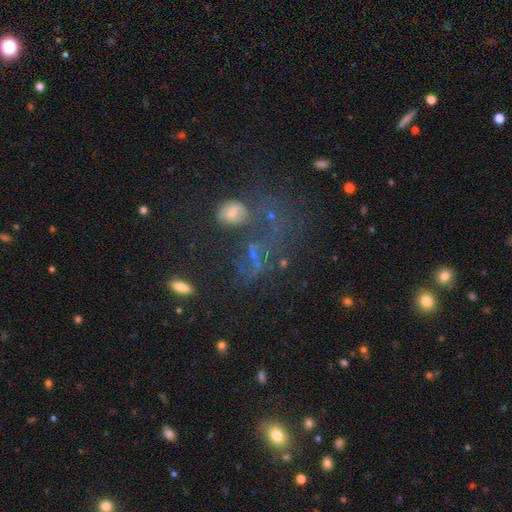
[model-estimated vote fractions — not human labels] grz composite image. It shows a smooth galaxy with no disk features (36%, tied with star or artifact). Merging: none (36%).